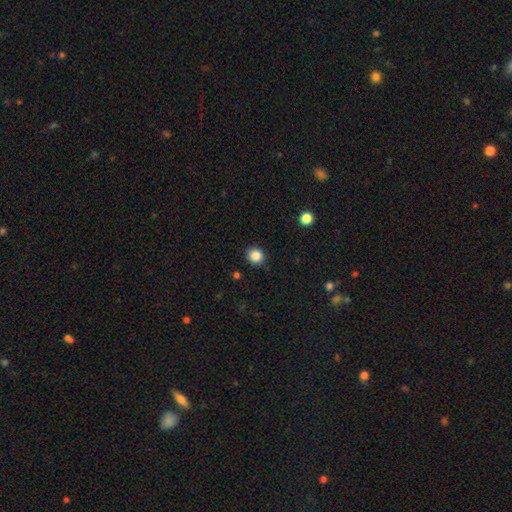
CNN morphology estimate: Smooth or featured?
  - smooth: 87% *
  - star or artifact: 10%
  - featured or disk: 3%
How rounded?
  - round: 84% *
  - in between: 15%
  - cigar-shaped: 1%
Merging?
  - none: 90% *
  - minor disturbance: 7%
  - major disturbance: 2%
  - merger: 1%